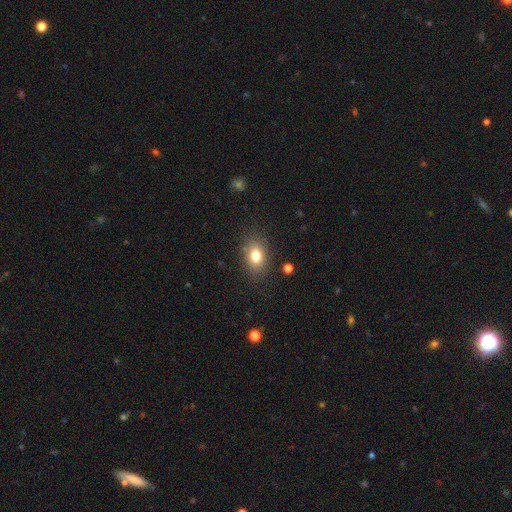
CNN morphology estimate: Q: Smooth or featured?
A: smooth (78%); runner-up: star or artifact (11%)
Q: How rounded?
A: in between (72%); runner-up: round (27%)
Q: Merging?
A: none (83%); runner-up: minor disturbance (12%)